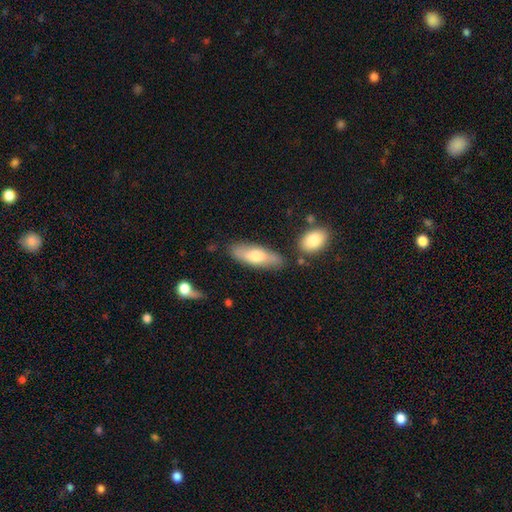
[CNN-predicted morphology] Smooth or featured?
  - smooth: 67% *
  - featured or disk: 27%
  - star or artifact: 6%
How rounded?
  - in between: 62% *
  - cigar-shaped: 35%
  - round: 2%
Merging?
  - none: 77% *
  - minor disturbance: 14%
  - merger: 6%
  - major disturbance: 3%